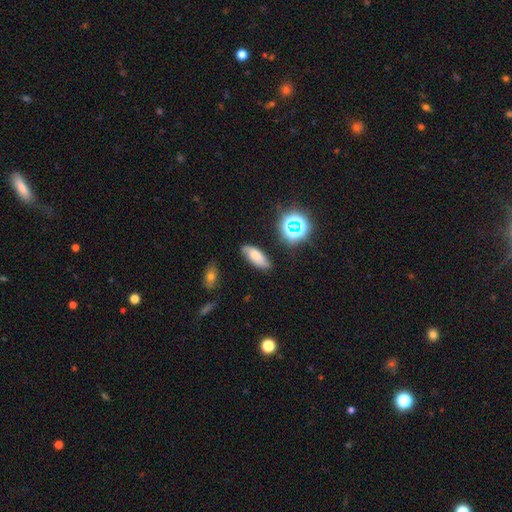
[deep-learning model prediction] Morphology: type=smooth (62%); roundness=in between (80%); merging=none (73%).